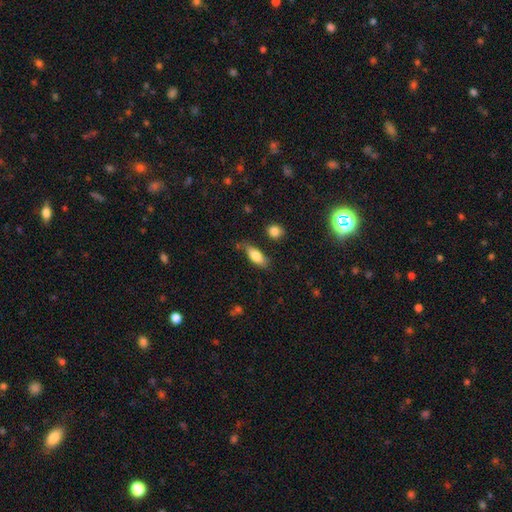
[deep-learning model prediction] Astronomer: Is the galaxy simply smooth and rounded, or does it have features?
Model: smooth — 78%.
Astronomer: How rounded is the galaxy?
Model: in between — 74%.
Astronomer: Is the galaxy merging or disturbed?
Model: none — 69%.